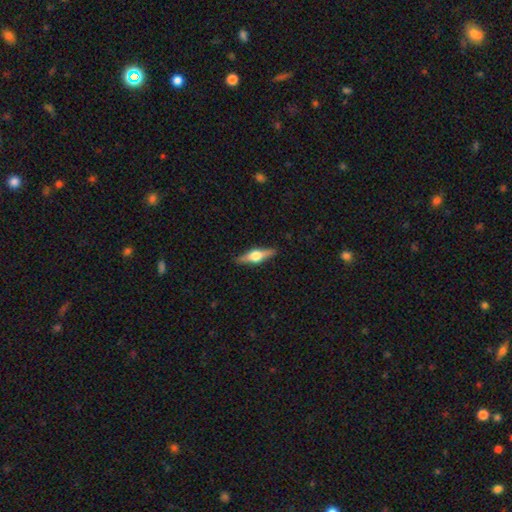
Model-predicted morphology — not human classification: Q: Smooth or featured?
A: featured or disk (70%); runner-up: smooth (24%)
Q: Edge-on disk?
A: yes (97%); runner-up: no (3%)
Q: Edge-on bulge?
A: rounded (94%); runner-up: boxy (4%)
Q: Merging?
A: none (90%); runner-up: minor disturbance (7%)